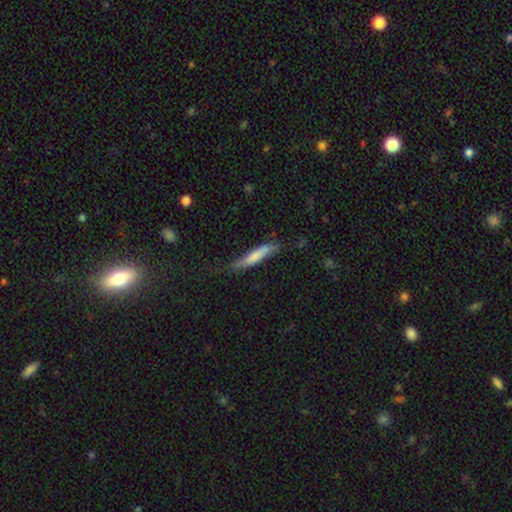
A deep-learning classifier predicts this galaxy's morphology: Smooth or featured?
  - smooth: 67% *
  - featured or disk: 27%
  - star or artifact: 6%
How rounded?
  - cigar-shaped: 86% *
  - in between: 12%
  - round: 2%
Merging?
  - none: 54% *
  - minor disturbance: 31%
  - major disturbance: 12%
  - merger: 3%